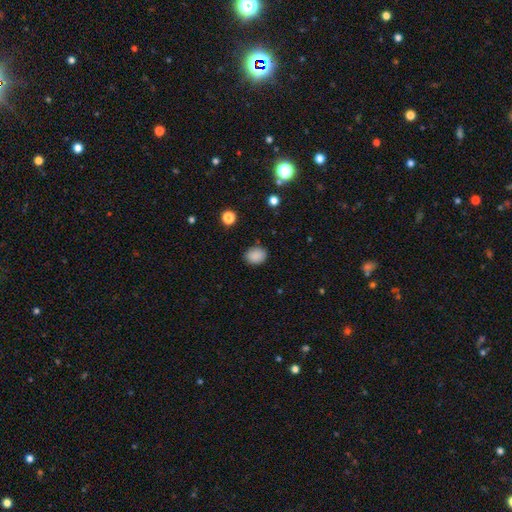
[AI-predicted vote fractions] This is clearly a smooth galaxy (87%). How rounded: possibly in between (52%). Merging: clearly none (84%).